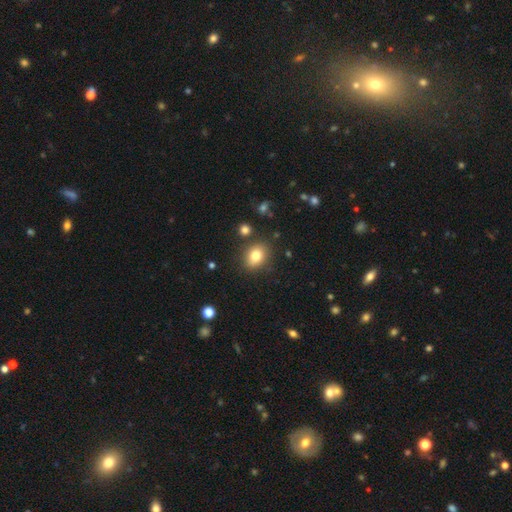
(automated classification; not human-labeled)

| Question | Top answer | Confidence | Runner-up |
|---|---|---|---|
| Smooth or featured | smooth | 80% | star or artifact (11%) |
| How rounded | in between | 58% | round (41%) |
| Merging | none | 83% | minor disturbance (10%) |